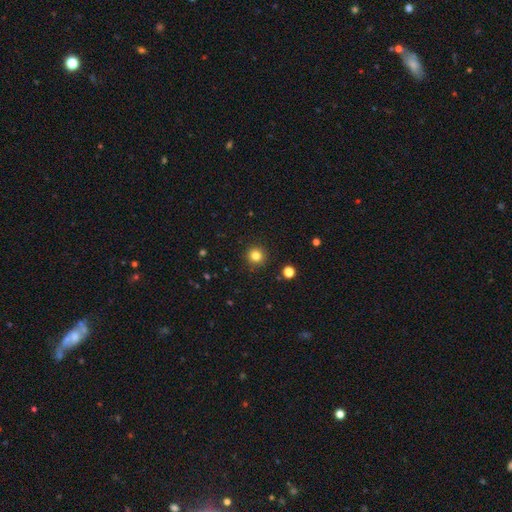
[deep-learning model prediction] Overall: smooth (82%). How rounded: round (95%). Merging: none (92%).